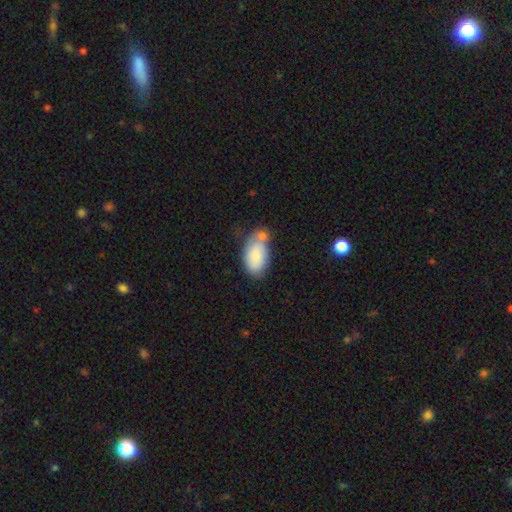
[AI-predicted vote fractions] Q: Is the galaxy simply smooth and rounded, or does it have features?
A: smooth — 75%.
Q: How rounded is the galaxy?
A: in between — 94%.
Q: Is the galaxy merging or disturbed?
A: none — 36%.